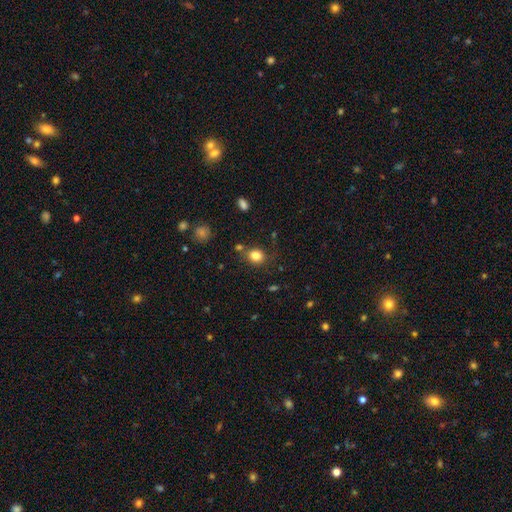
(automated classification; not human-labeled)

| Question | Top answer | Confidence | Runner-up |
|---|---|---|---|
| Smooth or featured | smooth | 82% | star or artifact (11%) |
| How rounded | round | 68% | in between (31%) |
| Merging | none | 75% | minor disturbance (14%) |